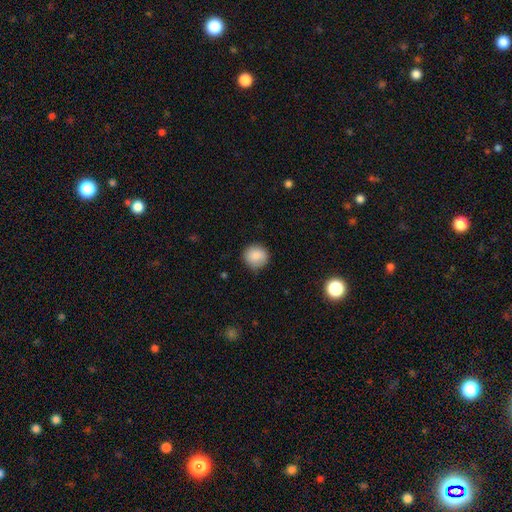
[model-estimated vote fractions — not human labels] Smooth or featured?
  - smooth: 86% *
  - star or artifact: 8%
  - featured or disk: 5%
How rounded?
  - round: 91% *
  - in between: 8%
  - cigar-shaped: 1%
Merging?
  - none: 85% *
  - minor disturbance: 11%
  - major disturbance: 3%
  - merger: 1%